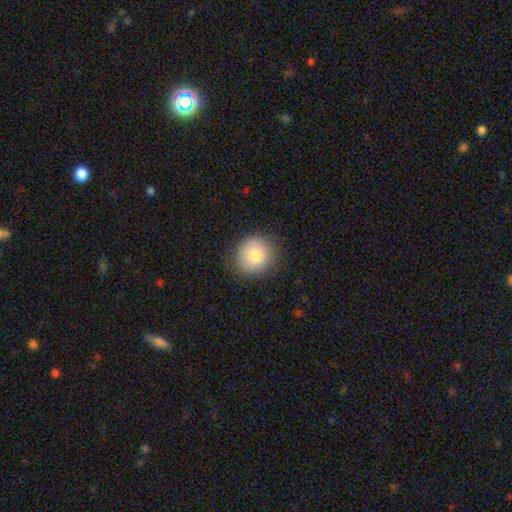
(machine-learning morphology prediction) This is clearly a smooth galaxy (82%). How rounded: clearly round (90%). Merging: clearly none (85%).